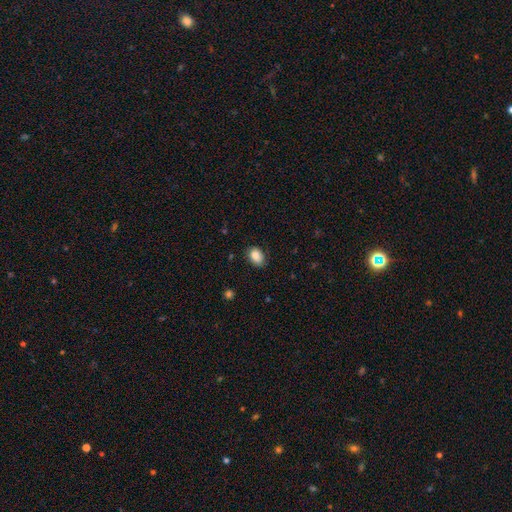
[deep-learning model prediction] A smooth galaxy with no disk features (85%) that is in between round and cigar-shaped (79%). Merging: none (82%).